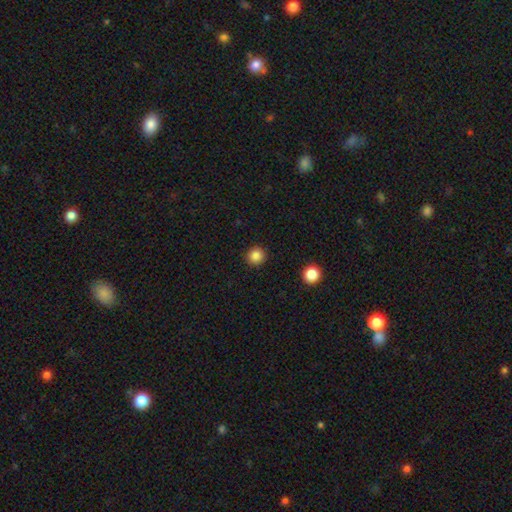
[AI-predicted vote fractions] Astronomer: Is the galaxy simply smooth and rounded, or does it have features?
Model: smooth — 86%.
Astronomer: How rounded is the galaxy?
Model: round — 93%.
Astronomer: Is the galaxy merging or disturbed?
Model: none — 92%.